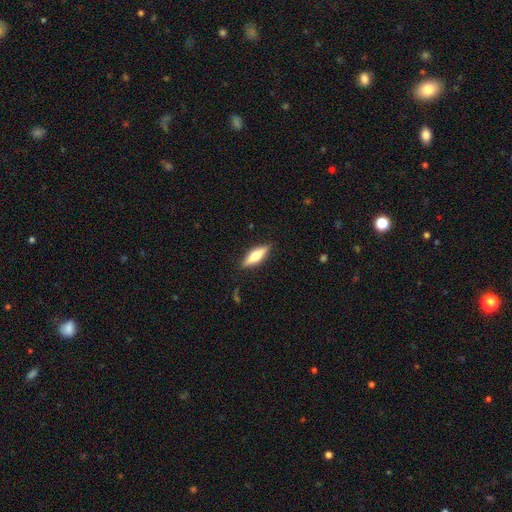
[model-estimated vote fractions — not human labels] smooth 47% (tied), featured or disk 47% (tied), star or artifact 6%. Down the decision tree: merging — none (87%).